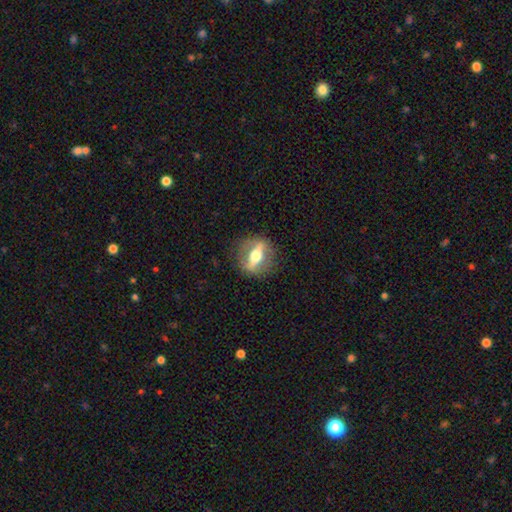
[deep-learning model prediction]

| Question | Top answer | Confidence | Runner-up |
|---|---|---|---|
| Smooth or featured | featured or disk | 71% | smooth (23%) |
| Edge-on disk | yes | 59% | no (41%) |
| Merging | none | 85% | minor disturbance (10%) |